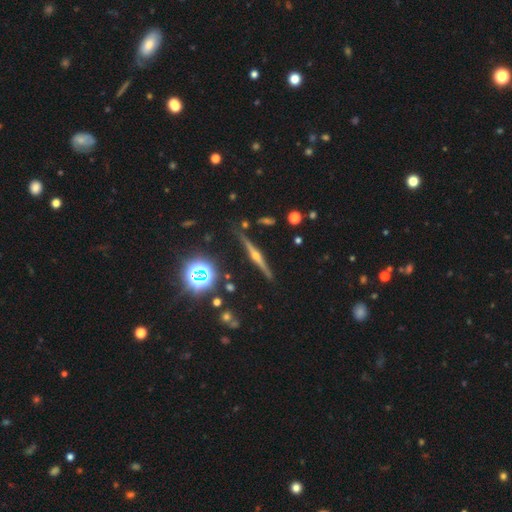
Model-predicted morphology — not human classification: A featured or disk galaxy (80%) viewed edge-on (98%) with a rounded central bulge (94%).

Vote fractions:
- Smooth or featured? featured or disk: 80% / star or artifact: 11% / smooth: 9%
- Edge-on disk? yes: 98% / no: 2%
- Edge-on bulge? rounded: 94% / none: 3% / boxy: 3%
- Merging? none: 89% / minor disturbance: 7% / merger: 2% / major disturbance: 2%